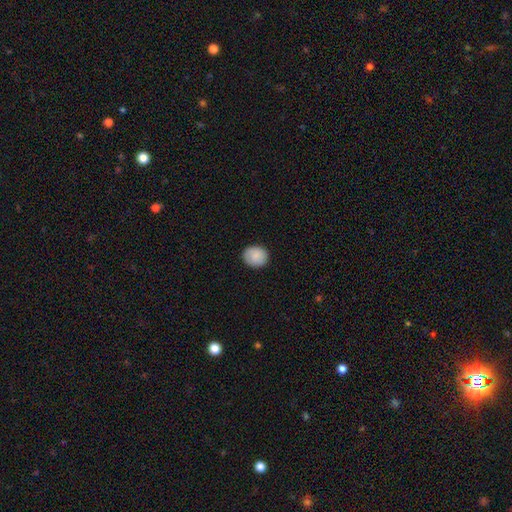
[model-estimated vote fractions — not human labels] A smooth galaxy with no disk features (86%) that is round (73%). Merging: none (87%).